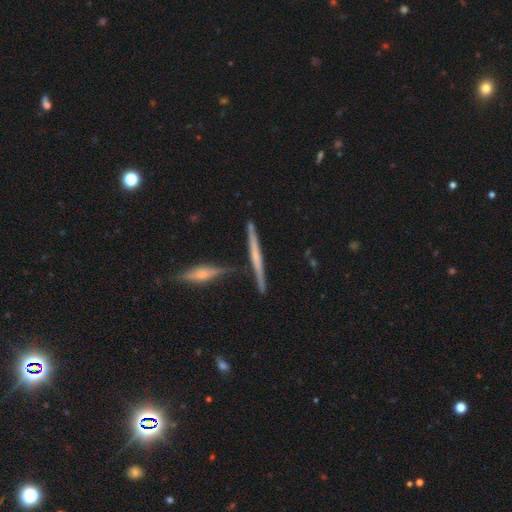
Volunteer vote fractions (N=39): This is likely a featured or disk galaxy (62%). It is clearly viewed edge-on (100%). Edge-on bulge: likely none (71%). Merging: clearly none (89%).